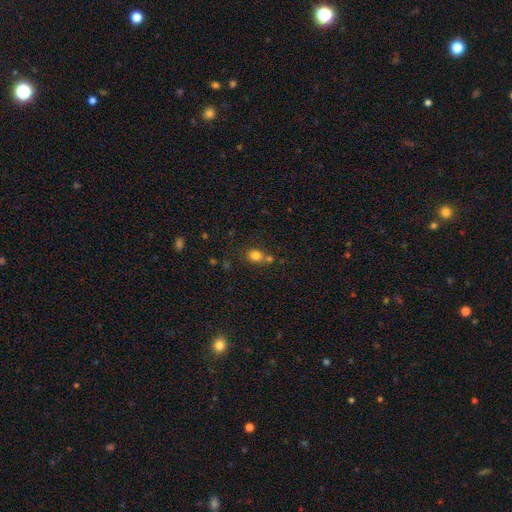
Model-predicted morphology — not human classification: This is clearly a smooth galaxy (80%). How rounded: likely round (70%). Merging: possibly none (54%).